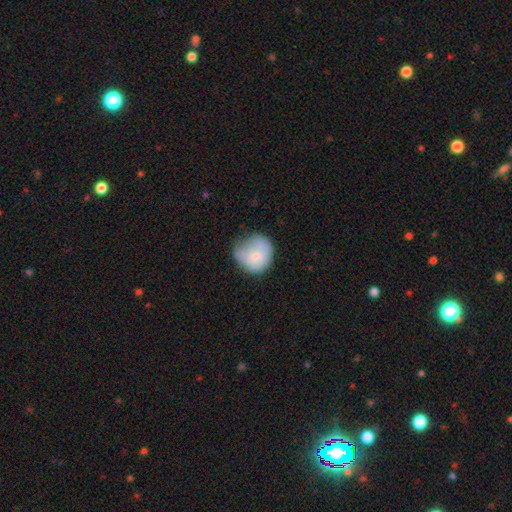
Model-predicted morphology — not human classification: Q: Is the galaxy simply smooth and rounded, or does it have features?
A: smooth — 72%.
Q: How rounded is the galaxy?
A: round — 81%.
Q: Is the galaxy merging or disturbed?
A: none — 42%.